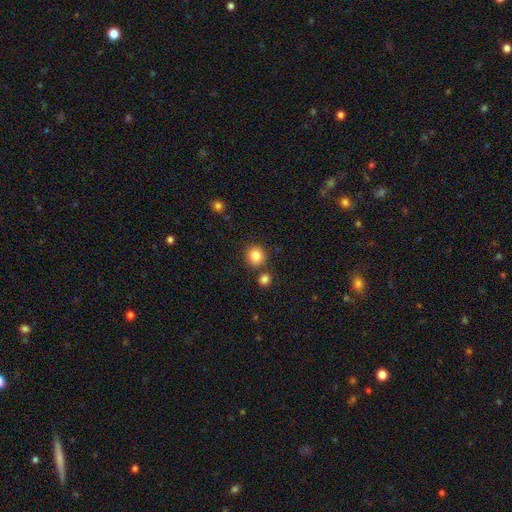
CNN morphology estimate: Q: Smooth or featured?
A: smooth (84%); runner-up: star or artifact (10%)
Q: How rounded?
A: round (89%); runner-up: in between (10%)
Q: Merging?
A: none (80%); runner-up: merger (9%)